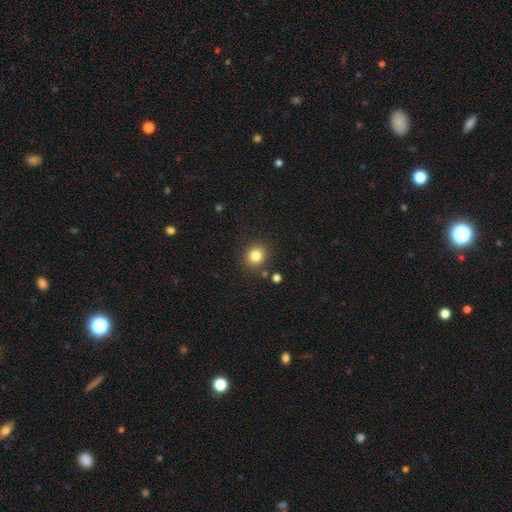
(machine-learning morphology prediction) Q: Smooth or featured?
A: smooth (82%); runner-up: star or artifact (12%)
Q: How rounded?
A: round (83%); runner-up: in between (16%)
Q: Merging?
A: none (86%); runner-up: minor disturbance (7%)